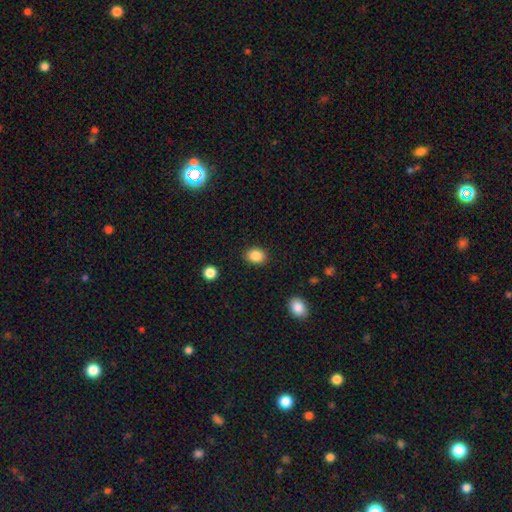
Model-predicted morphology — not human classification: Overall: smooth (87%). How rounded: in between (58%; round 41%). Merging: none (87%).